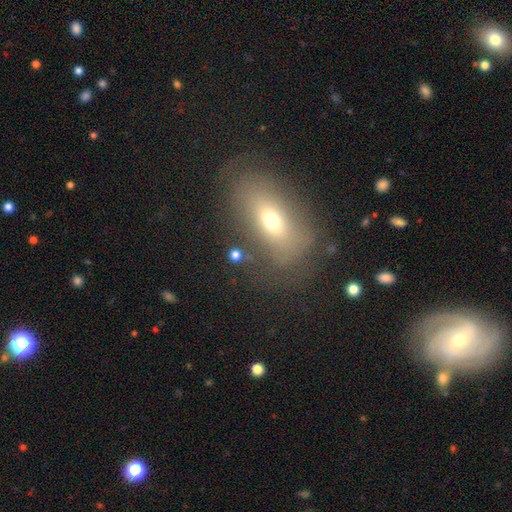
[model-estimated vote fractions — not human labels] Smooth or featured?
  - smooth: 49% *
  - featured or disk: 33%
  - star or artifact: 18%
Merging?
  - none: 79% *
  - minor disturbance: 13%
  - major disturbance: 5%
  - merger: 3%